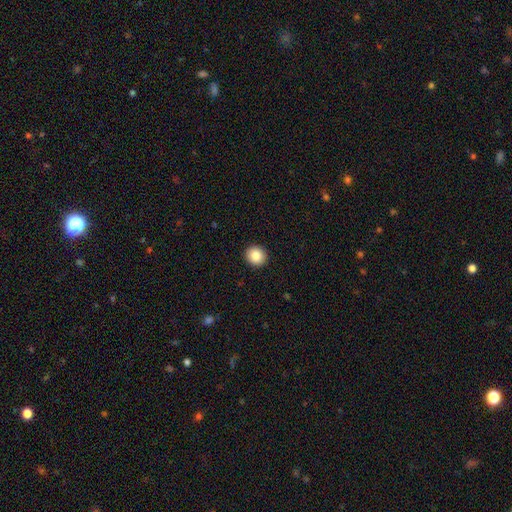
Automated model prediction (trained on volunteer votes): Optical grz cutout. It shows a smooth galaxy with no disk features (85%) that is round (85%). Merging: none (93%).